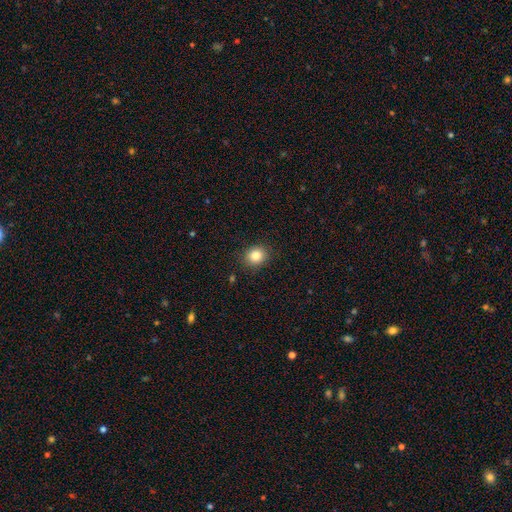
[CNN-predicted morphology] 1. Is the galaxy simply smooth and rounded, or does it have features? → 84% smooth, 10% star or artifact, 6% featured or disk.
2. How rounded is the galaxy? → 71% round, 28% in between, 1% cigar-shaped.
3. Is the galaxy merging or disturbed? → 88% none, 9% minor disturbance, 2% major disturbance, 1% merger.